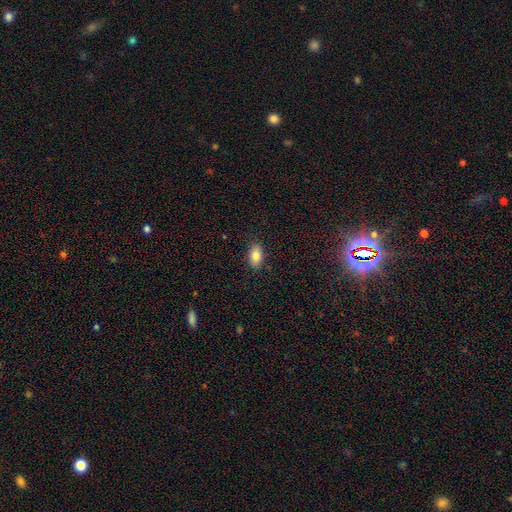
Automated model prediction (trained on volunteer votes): Smooth or featured?
  - smooth: 82% *
  - featured or disk: 10%
  - star or artifact: 8%
How rounded?
  - in between: 90% *
  - round: 7%
  - cigar-shaped: 3%
Merging?
  - none: 86% *
  - minor disturbance: 11%
  - major disturbance: 2%
  - merger: 1%